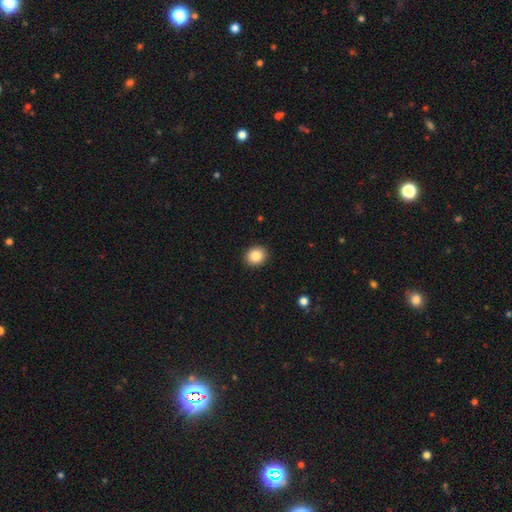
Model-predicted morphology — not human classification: smooth_or_featured: smooth (p=0.87) [alt: star or artifact p=0.09]
how_rounded: round (p=0.74) [alt: in between p=0.25]
merging: none (p=0.92) [alt: minor disturbance p=0.06]